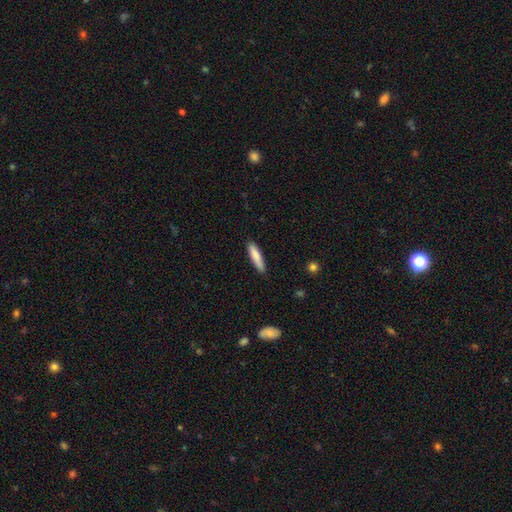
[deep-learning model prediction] smooth_or_featured: smooth (p=0.82) [alt: featured or disk p=0.13]
how_rounded: cigar-shaped (p=0.83) [alt: in between p=0.16]
merging: none (p=0.87) [alt: minor disturbance p=0.10]